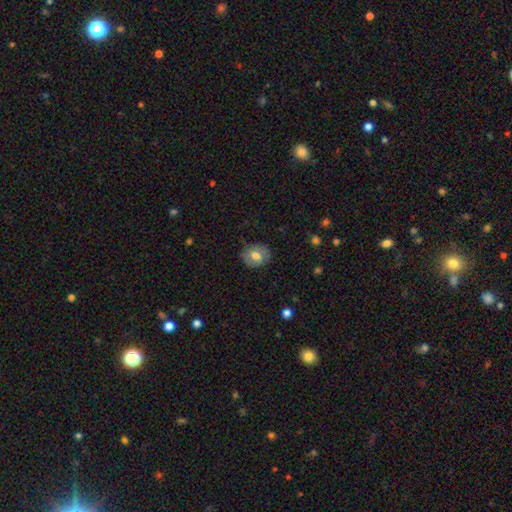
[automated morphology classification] A smooth galaxy with no disk features (58%) that is round (56%).

Vote fractions:
- Smooth or featured? smooth: 58% / featured or disk: 34% / star or artifact: 8%
- How rounded? round: 56% / in between: 43% / cigar-shaped: 1%
- Merging? none: 76% / minor disturbance: 17% / major disturbance: 5% / merger: 1%